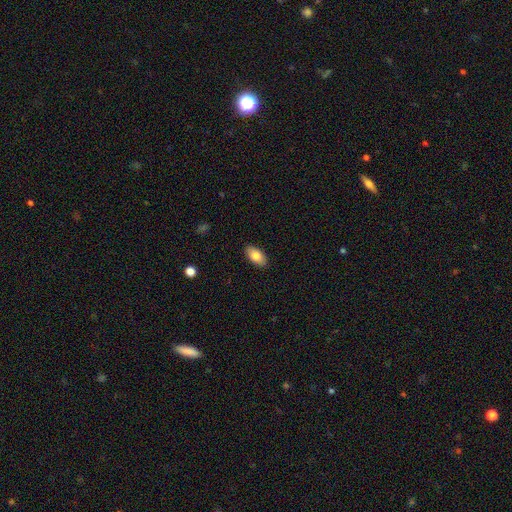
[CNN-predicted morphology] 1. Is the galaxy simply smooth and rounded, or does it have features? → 83% smooth, 10% featured or disk, 7% star or artifact.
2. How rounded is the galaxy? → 94% in between, 3% round, 3% cigar-shaped.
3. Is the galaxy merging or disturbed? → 89% none, 8% minor disturbance, 2% major disturbance, 1% merger.